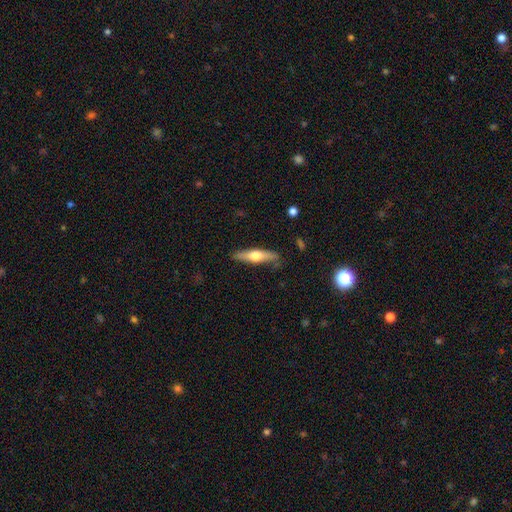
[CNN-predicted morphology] Q: Smooth or featured?
A: featured or disk (52%); runner-up: smooth (43%)
Q: Edge-on disk?
A: yes (93%); runner-up: no (7%)
Q: Merging?
A: none (83%); runner-up: minor disturbance (12%)